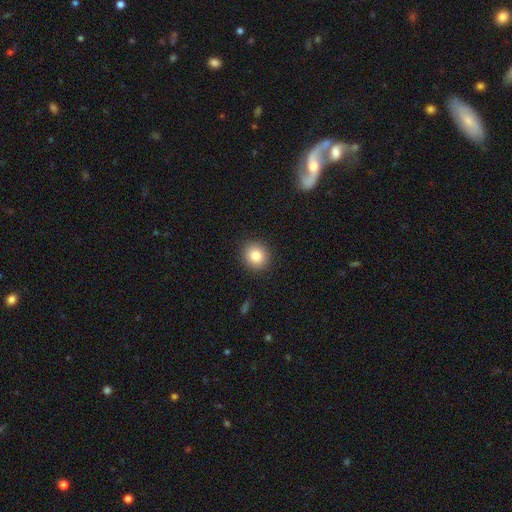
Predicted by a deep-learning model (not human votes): smooth-or-featured: smooth: 83% | star or artifact: 10% | featured or disk: 8%
  how-rounded: round: 86% | in between: 13% | cigar-shaped: 1%
  merging: none: 90% | minor disturbance: 6% | major disturbance: 2% | merger: 1%